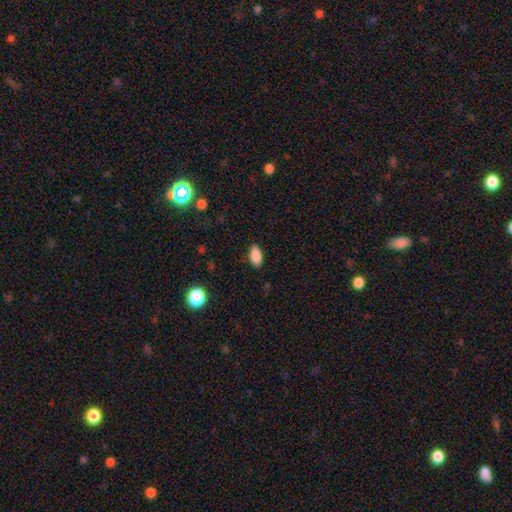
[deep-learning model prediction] A smooth galaxy with no disk features (88%) that is in between round and cigar-shaped (90%). Merging: none (87%).